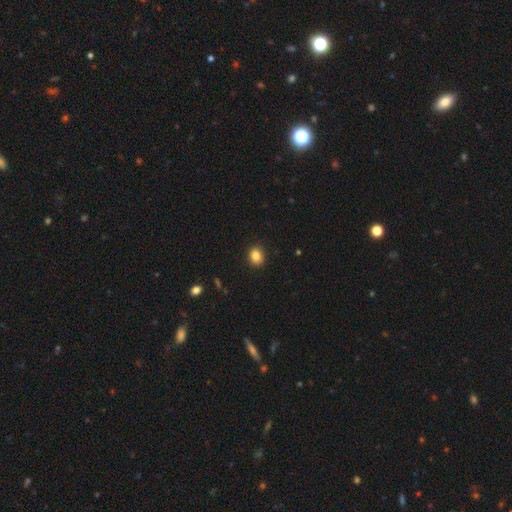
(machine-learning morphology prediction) Smooth or featured?
  - smooth: 86% *
  - star or artifact: 10%
  - featured or disk: 4%
How rounded?
  - round: 59% *
  - in between: 40%
  - cigar-shaped: 1%
Merging?
  - none: 90% *
  - minor disturbance: 7%
  - major disturbance: 2%
  - merger: 1%